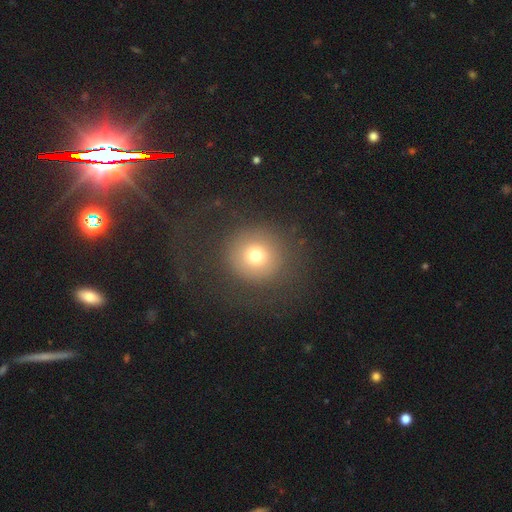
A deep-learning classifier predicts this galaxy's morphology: Overall: smooth (70%). How rounded: round (93%). Merging: none (73%).